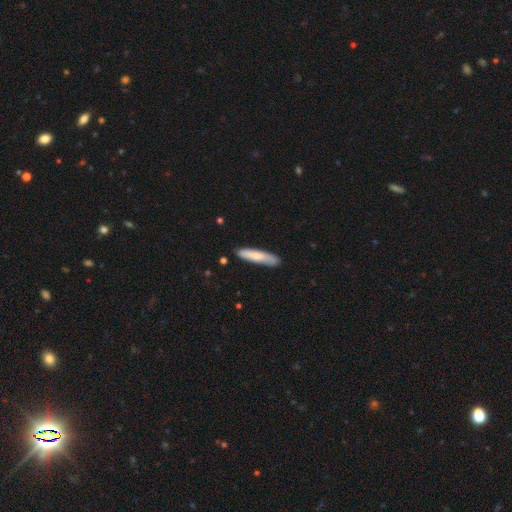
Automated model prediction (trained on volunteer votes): This appears to be a smooth galaxy with no disk features (75%) that is cigar-shaped (84%). Merging: none (82%).